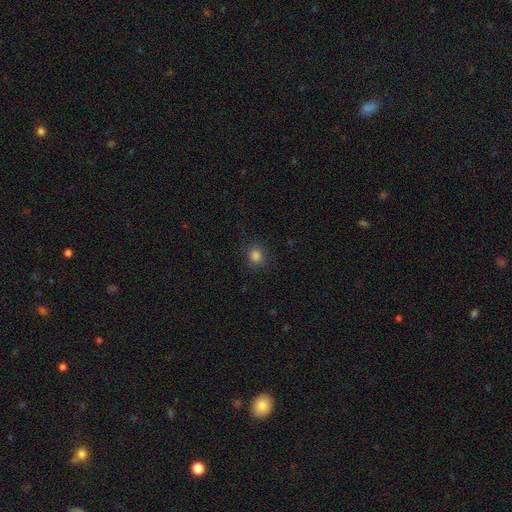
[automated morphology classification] Smooth or featured? smooth (83%)
How rounded? round (74%)
Merging? none (84%)